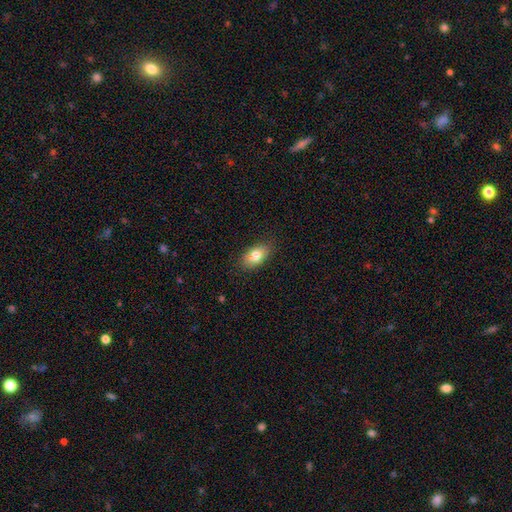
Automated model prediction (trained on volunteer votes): Smooth or featured?
  - smooth: 80% *
  - featured or disk: 12%
  - star or artifact: 8%
How rounded?
  - in between: 89% *
  - round: 7%
  - cigar-shaped: 4%
Merging?
  - none: 82% *
  - minor disturbance: 14%
  - major disturbance: 3%
  - merger: 1%